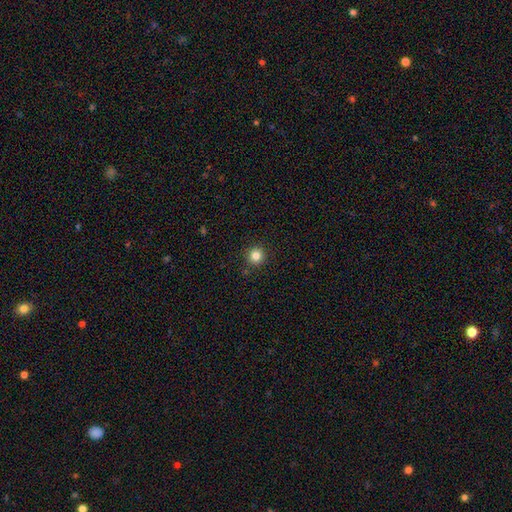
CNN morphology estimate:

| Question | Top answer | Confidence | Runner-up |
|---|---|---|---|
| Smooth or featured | smooth | 82% | star or artifact (12%) |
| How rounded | round | 95% | in between (4%) |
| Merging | none | 91% | minor disturbance (6%) |